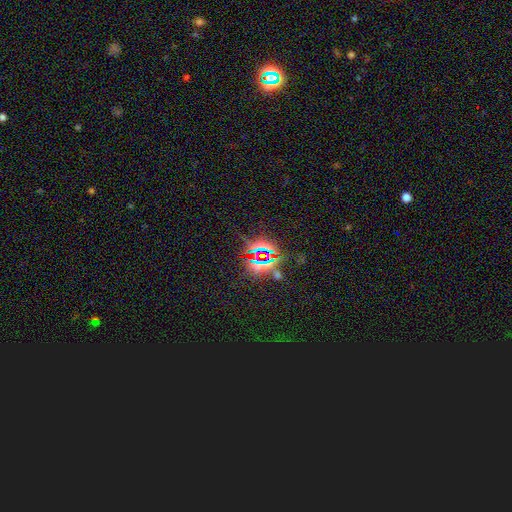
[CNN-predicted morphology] A star or artifact, not a galaxy (80%).